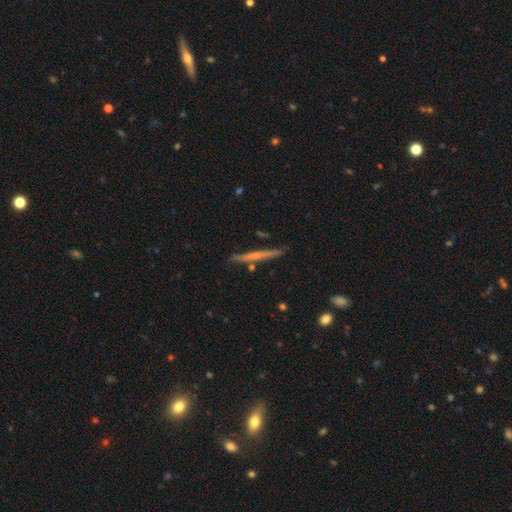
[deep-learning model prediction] This is possibly a featured or disk galaxy (54%). It is clearly viewed edge-on (97%). Edge-on bulge: possibly none (57%). Merging: clearly none (87%).